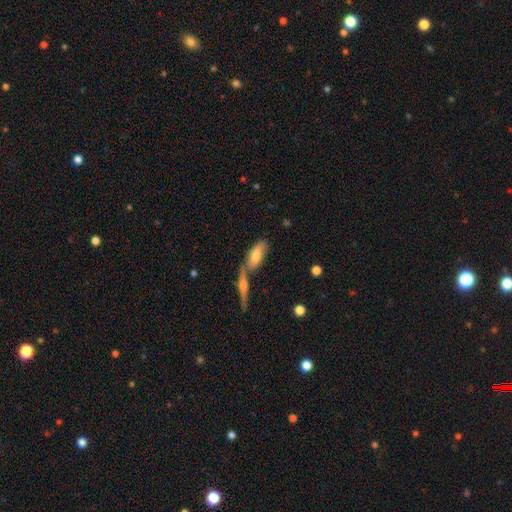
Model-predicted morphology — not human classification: This appears to be a smooth galaxy with no disk features (58%) that is in between round and cigar-shaped (71%). Merging: merger (44%).